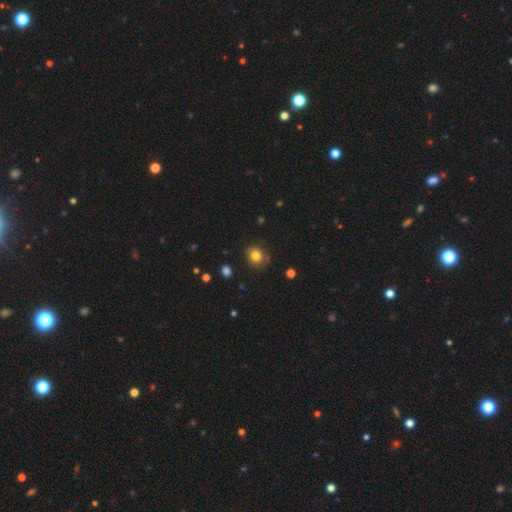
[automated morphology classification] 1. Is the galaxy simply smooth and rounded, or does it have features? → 82% smooth, 12% star or artifact, 6% featured or disk.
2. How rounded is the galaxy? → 77% round, 22% in between, 1% cigar-shaped.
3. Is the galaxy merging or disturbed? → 83% none, 12% minor disturbance, 3% major disturbance, 2% merger.